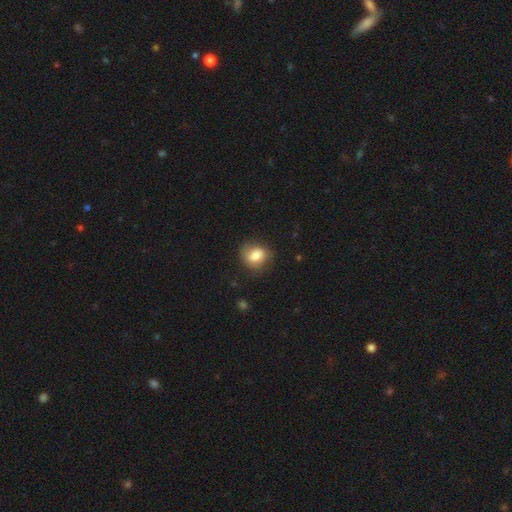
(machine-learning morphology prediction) This appears to be a smooth galaxy with no disk features (78%) that is round (58%). Merging: none (73%).